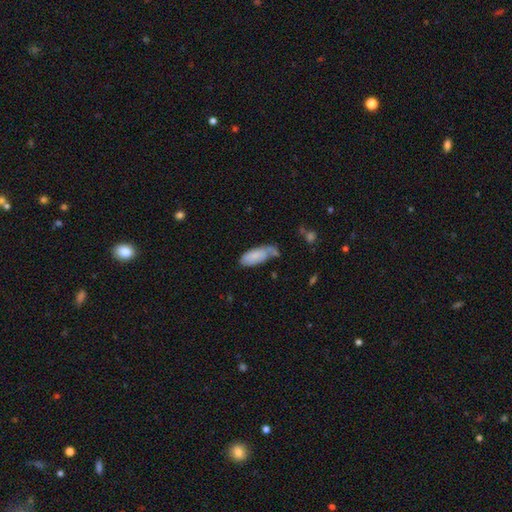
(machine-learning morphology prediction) Smooth or featured? Predicted: smooth (p=0.75). How rounded? Predicted: in between (p=0.82). Merging? Predicted: none (p=0.38).